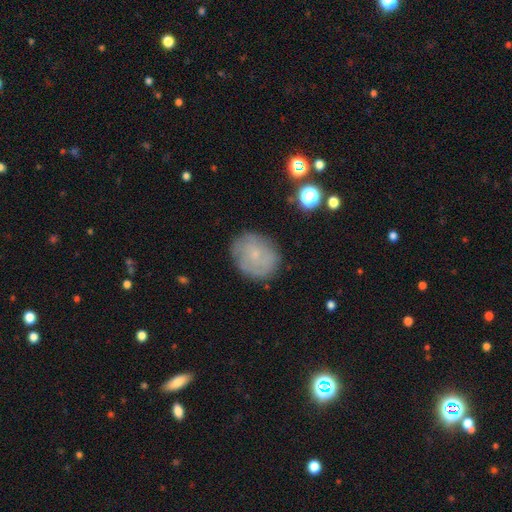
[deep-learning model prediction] This appears to be a smooth galaxy with no disk features (60%) that is round (69%). Merging: none (80%).